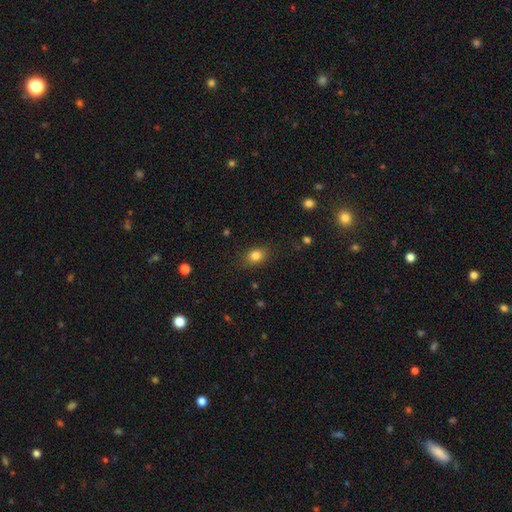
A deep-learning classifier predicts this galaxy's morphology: Smooth or featured? Predicted: smooth (p=0.82). How rounded? Predicted: in between (p=0.61). Merging? Predicted: none (p=0.82).